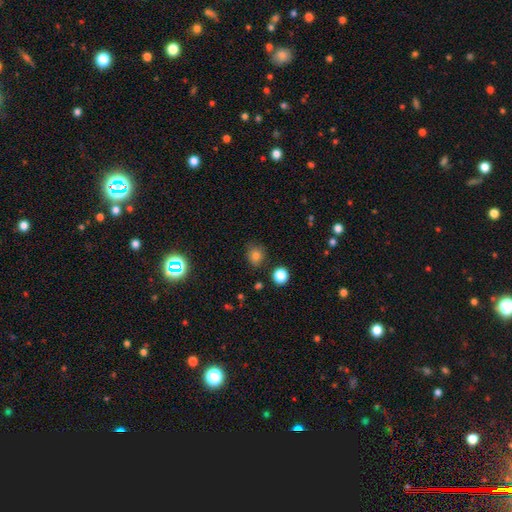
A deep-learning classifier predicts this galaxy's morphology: This appears to be a smooth galaxy with no disk features (79%) that is round (78%). Merging: none (81%).